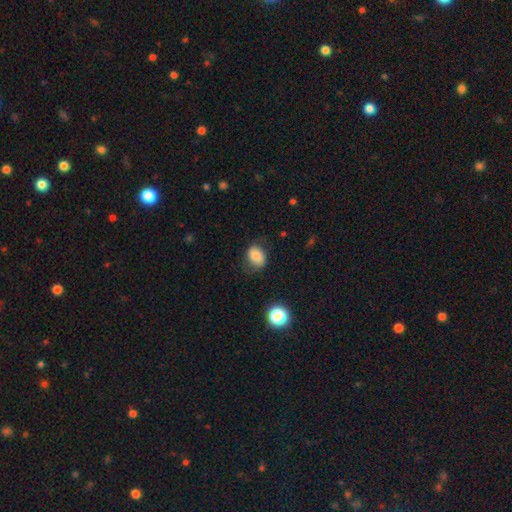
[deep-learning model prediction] Q: Smooth or featured?
A: smooth (78%); runner-up: featured or disk (12%)
Q: How rounded?
A: in between (68%); runner-up: round (31%)
Q: Merging?
A: none (69%); runner-up: minor disturbance (22%)